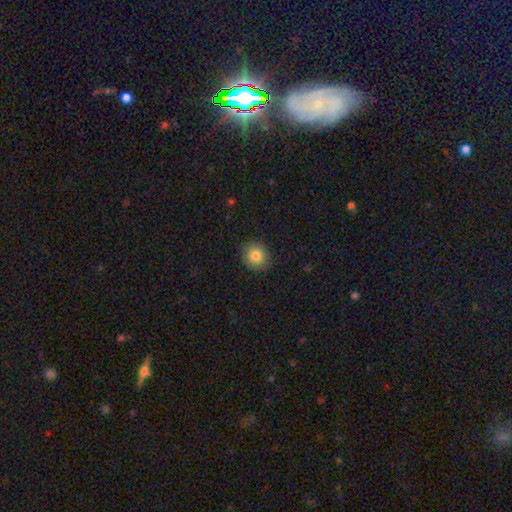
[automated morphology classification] smooth 84%, star or artifact 9%, featured or disk 7%. Down the decision tree: how rounded — round (79%); merging — none (89%).